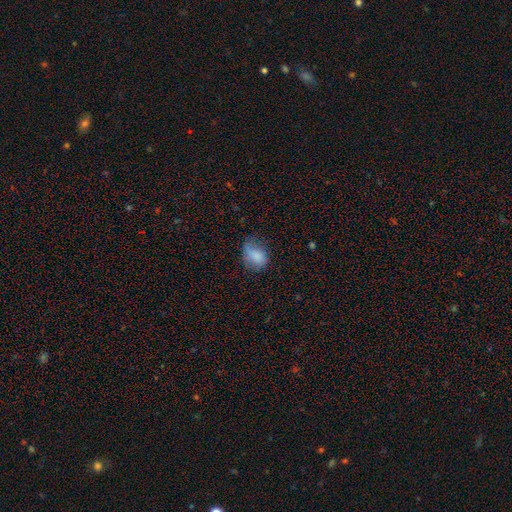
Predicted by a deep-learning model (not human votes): This appears to be a smooth galaxy with no disk features (78%) that is in between round and cigar-shaped (71%). Merging: none (46%).